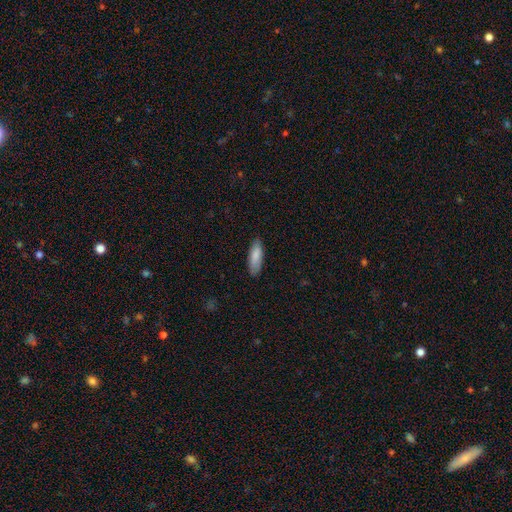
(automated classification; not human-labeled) The model was most divided on "how rounded": in between: 58%, cigar-shaped: 41%, round: 1%. More confident: smooth or featured — smooth (85%); merging — none (84%).